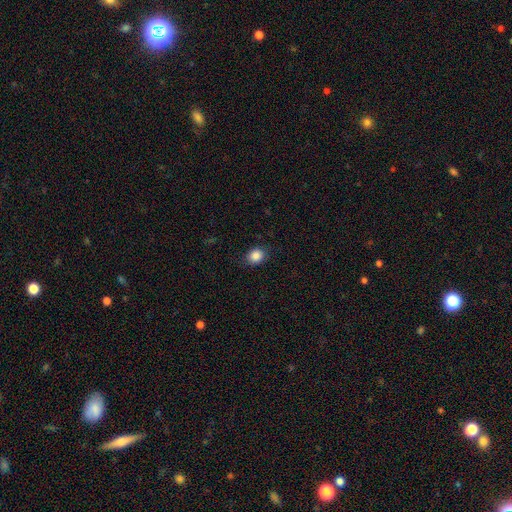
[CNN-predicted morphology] Smooth or featured? Predicted: smooth (p=0.86). How rounded? Predicted: round (p=0.57). Merging? Predicted: none (p=0.84).